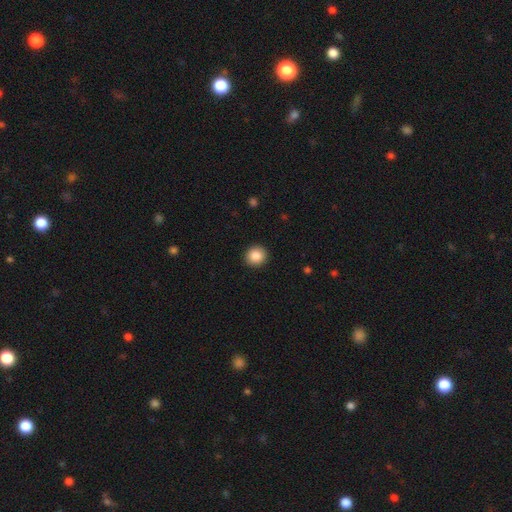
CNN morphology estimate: This is clearly a smooth galaxy (87%). How rounded: clearly round (89%). Merging: clearly none (92%).